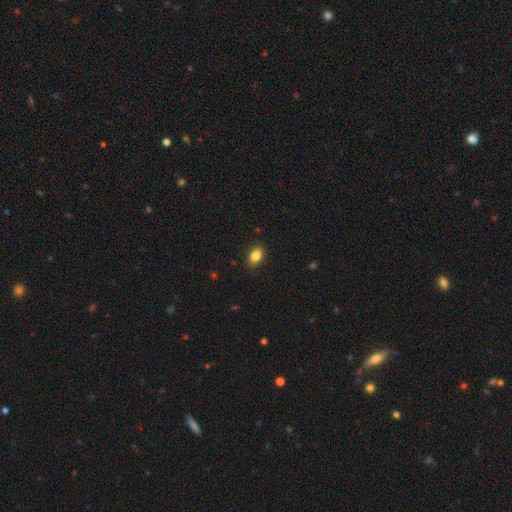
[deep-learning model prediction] Smooth or featured? Predicted: smooth (p=0.85). How rounded? Predicted: in between (p=0.83). Merging? Predicted: none (p=0.88).